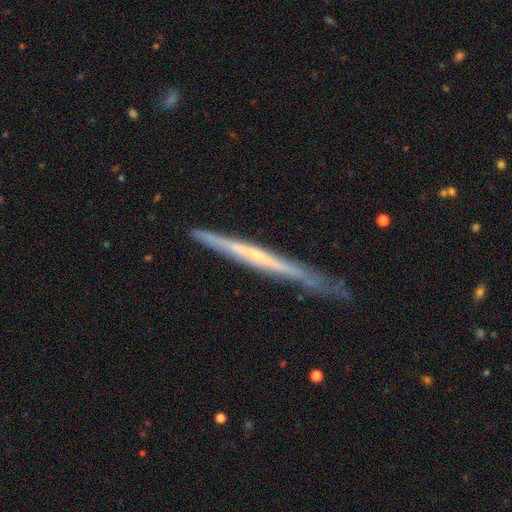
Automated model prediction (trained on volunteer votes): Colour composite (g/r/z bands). It shows a featured or disk galaxy (68%) viewed edge-on (96%) with no central bulge (72%). Merging: none (75%).